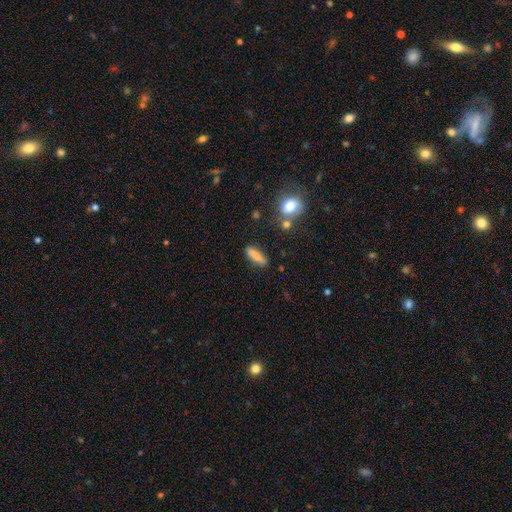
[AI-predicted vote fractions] Smooth or featured: smooth — 74% (featured or disk — 18%)
How rounded: cigar-shaped — 55% (in between — 42%)
Merging: none — 83% (minor disturbance — 11%)